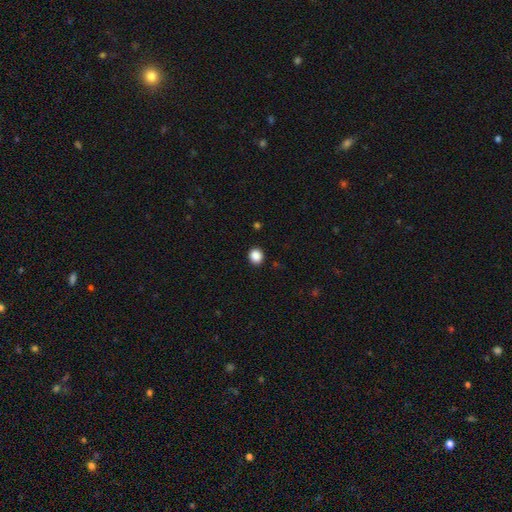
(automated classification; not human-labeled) Smooth or featured?
  - smooth: 88% *
  - star or artifact: 10%
  - featured or disk: 2%
How rounded?
  - round: 83% *
  - in between: 16%
  - cigar-shaped: 1%
Merging?
  - none: 92% *
  - minor disturbance: 5%
  - major disturbance: 2%
  - merger: 1%